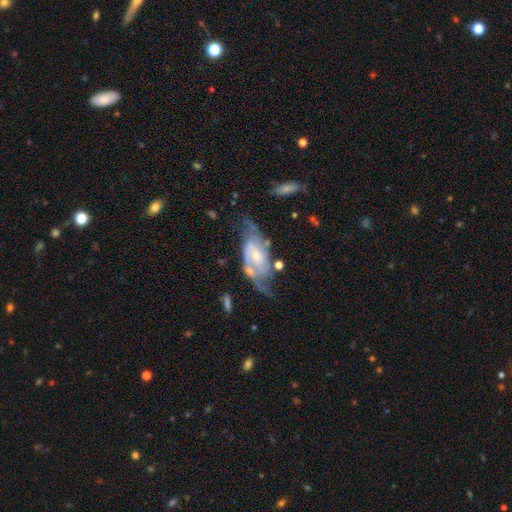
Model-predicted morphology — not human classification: Smooth or featured: featured or disk — 85% (smooth — 9%)
Edge-on disk: no — 95% (yes — 5%)
Bar: weak — 44% (no — 43%)
Spiral arms: yes — 95% (no — 5%)
Spiral winding: medium — 46% (tight — 35%)
Spiral arm count: 2 — 75% (can't tell — 12%)
Bulge size: small — 53% (moderate — 40%)
Merging: none — 53% (minor disturbance — 24%)